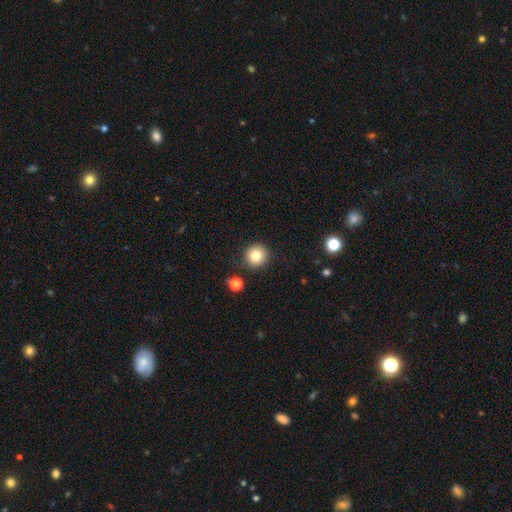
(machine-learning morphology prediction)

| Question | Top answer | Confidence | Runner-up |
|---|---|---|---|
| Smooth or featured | smooth | 80% | star or artifact (11%) |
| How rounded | round | 94% | in between (5%) |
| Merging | none | 88% | minor disturbance (7%) |